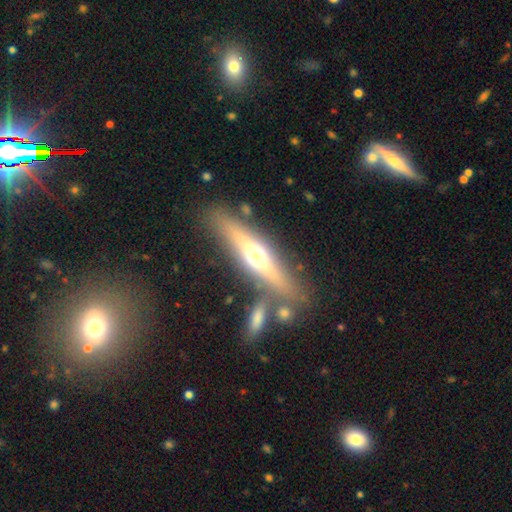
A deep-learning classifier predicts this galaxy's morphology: Smooth or featured: featured or disk — 59% (smooth — 34%)
Edge-on disk: yes — 90% (no — 10%)
Edge-on bulge: rounded — 91% (boxy — 4%)
Merging: none — 76% (minor disturbance — 10%)